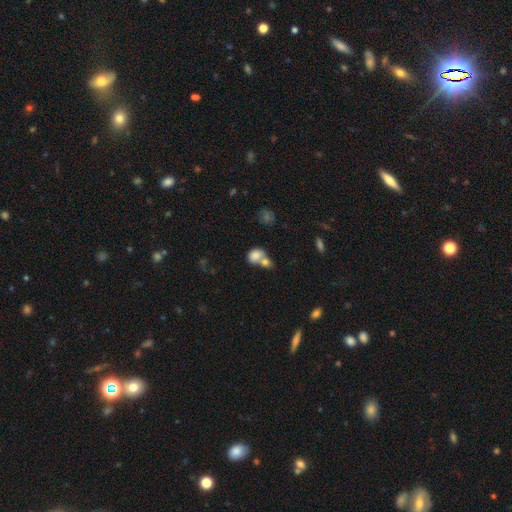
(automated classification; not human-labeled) smooth 79%, featured or disk 11%, star or artifact 10%. Down the decision tree: how rounded — in between (64%); merging — merger (62%).